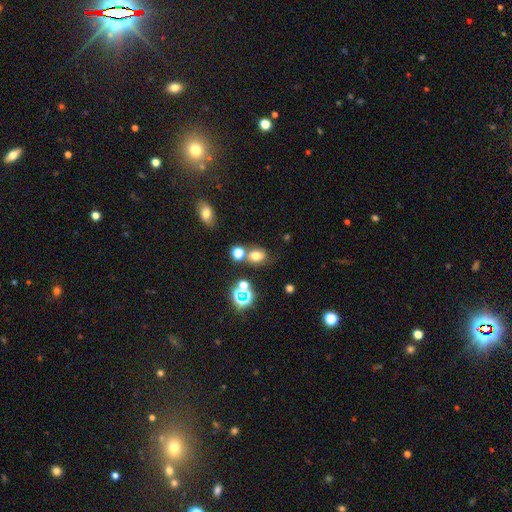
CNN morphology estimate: This appears to be a smooth galaxy with no disk features (68%) that is in between round and cigar-shaped (51%). Merging: none (65%).